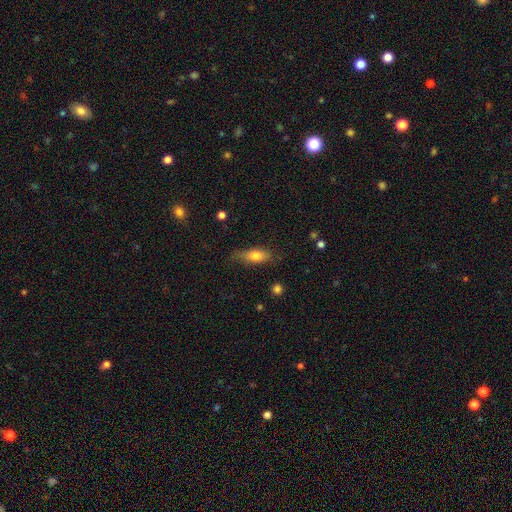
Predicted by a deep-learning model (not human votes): The model was most divided on "merging": none: 66%, minor disturbance: 26%, major disturbance: 7%, merger: 2%. More confident: smooth or featured — smooth (74%); how rounded — in between (69%).